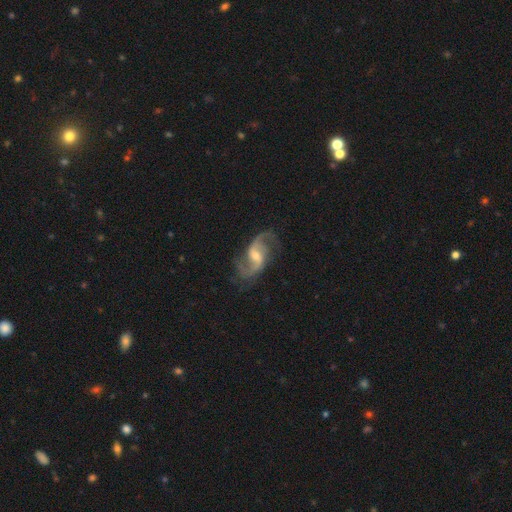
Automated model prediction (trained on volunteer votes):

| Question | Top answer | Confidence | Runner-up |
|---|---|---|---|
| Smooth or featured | featured or disk | 91% | star or artifact (5%) |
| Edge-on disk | no | 97% | yes (3%) |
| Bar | weak | 56% | no (24%) |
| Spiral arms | yes | 98% | no (2%) |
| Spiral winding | loose | 50% | medium (42%) |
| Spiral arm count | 2 | 89% | 3 (4%) |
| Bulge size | moderate | 52% | small (39%) |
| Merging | none | 76% | minor disturbance (15%) |